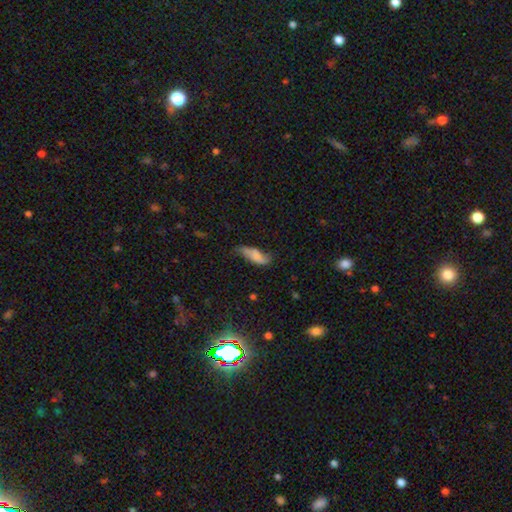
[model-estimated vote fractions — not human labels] smooth_or_featured: smooth (p=0.59) [alt: featured or disk p=0.32]
how_rounded: in between (p=0.64) [alt: cigar-shaped p=0.33]
merging: none (p=0.40) [alt: minor disturbance p=0.37]